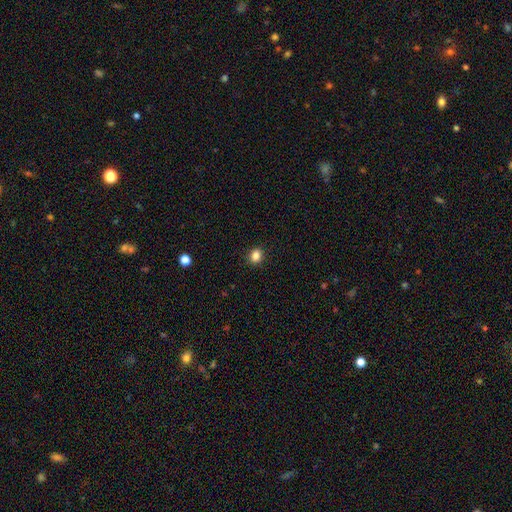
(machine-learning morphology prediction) Smooth or featured? Predicted: smooth (p=0.84). How rounded? Predicted: round (p=0.59). Merging? Predicted: none (p=0.91).